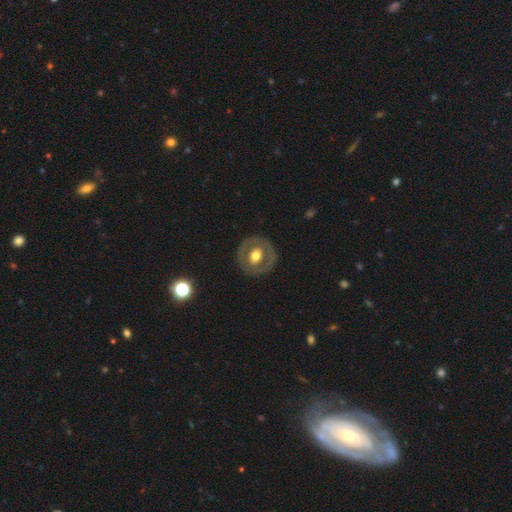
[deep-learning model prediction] Smooth or featured: featured or disk — 54% (smooth — 40%)
Edge-on disk: no — 94% (yes — 6%)
Bar: no — 69% (weak — 21%)
Spiral arms: no — 88% (yes — 12%)
Bulge size: moderate — 61% (large — 31%)
Merging: none — 84% (minor disturbance — 10%)